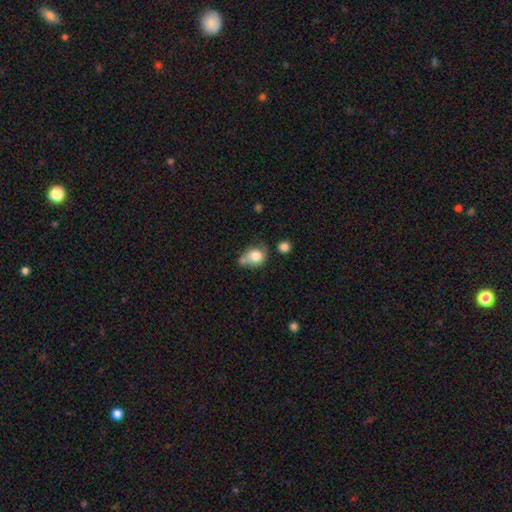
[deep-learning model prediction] Smooth or featured? smooth (79%)
How rounded? round (64%)
Merging? none (41%)